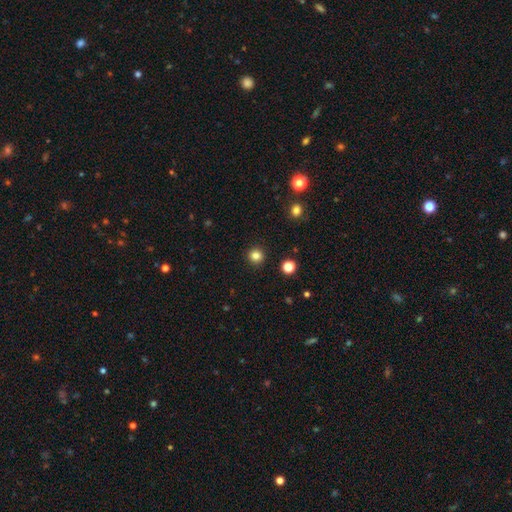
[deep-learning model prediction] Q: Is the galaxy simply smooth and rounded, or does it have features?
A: smooth — 83%.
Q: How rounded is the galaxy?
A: round — 94%.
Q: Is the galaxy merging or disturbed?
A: none — 92%.